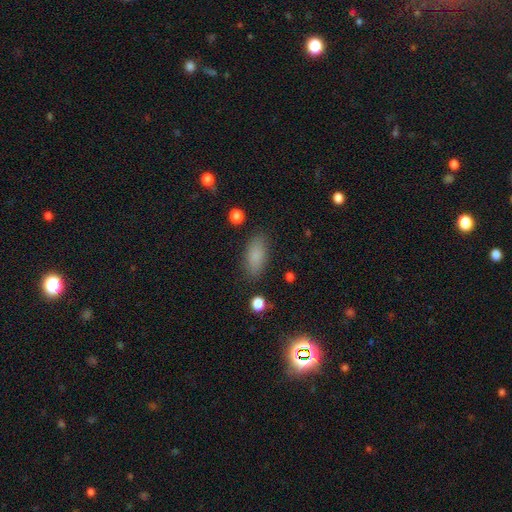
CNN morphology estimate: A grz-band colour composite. It shows a smooth galaxy with no disk features (83%) that is in between round and cigar-shaped (83%). Merging: none (85%).